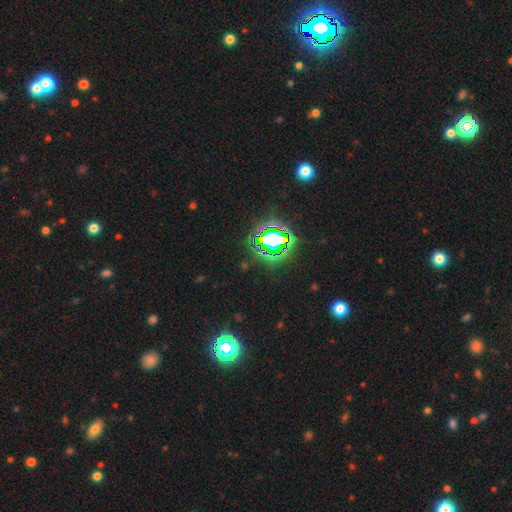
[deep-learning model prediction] A star or artifact, not a galaxy (82%).